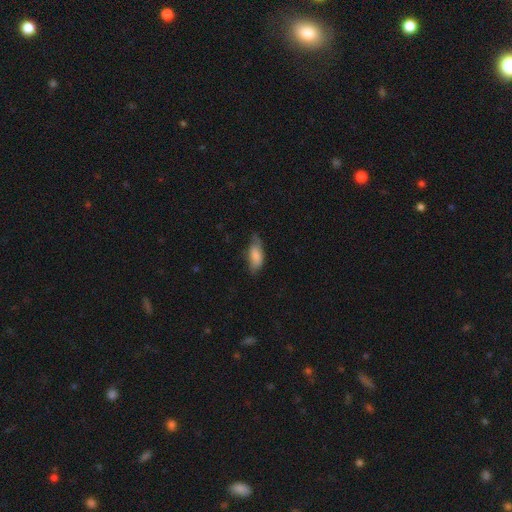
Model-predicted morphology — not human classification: smooth 79%, featured or disk 15%, star or artifact 6%. Down the decision tree: how rounded — in between (80%); merging — none (57%).